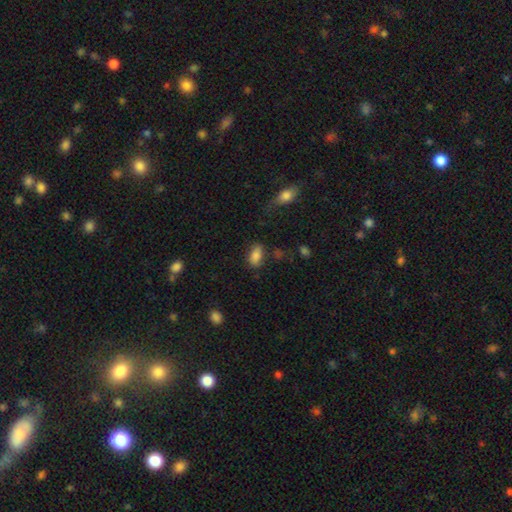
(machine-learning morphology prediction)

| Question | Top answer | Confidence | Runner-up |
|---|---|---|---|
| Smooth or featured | smooth | 84% | star or artifact (8%) |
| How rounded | in between | 91% | round (5%) |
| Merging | none | 77% | minor disturbance (15%) |